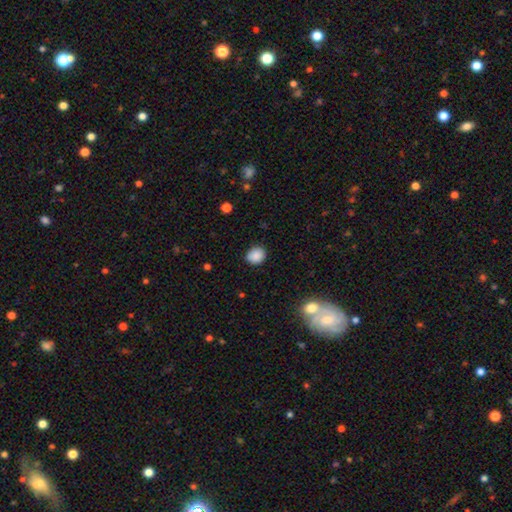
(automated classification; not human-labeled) This is clearly a smooth galaxy (87%). How rounded: likely round (70%). Merging: clearly none (86%).